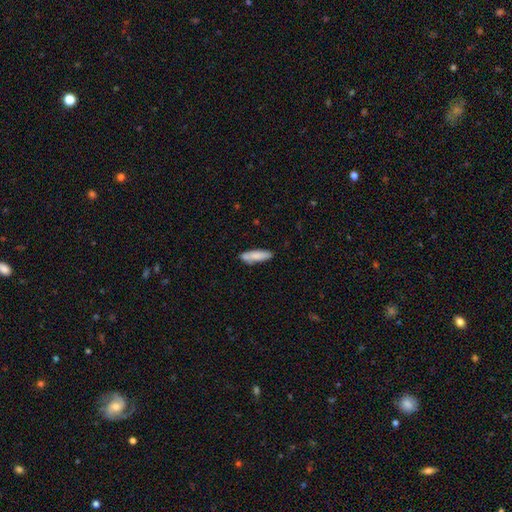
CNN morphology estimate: Smooth or featured: smooth — 82% (featured or disk — 12%)
How rounded: cigar-shaped — 60% (in between — 38%)
Merging: none — 77% (minor disturbance — 16%)